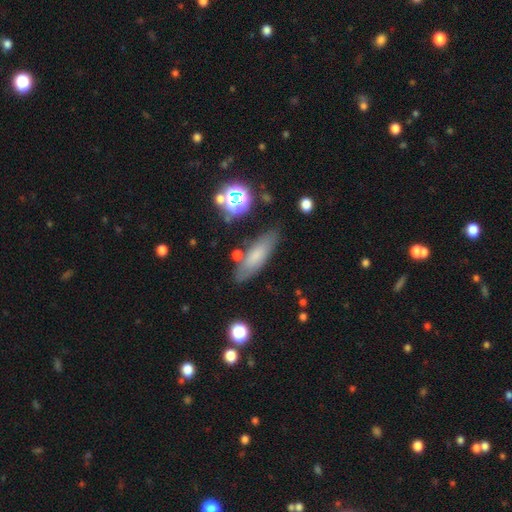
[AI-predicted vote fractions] Smooth or featured? Predicted: smooth (p=0.69). How rounded? Predicted: in between (p=0.53). Merging? Predicted: none (p=0.78).